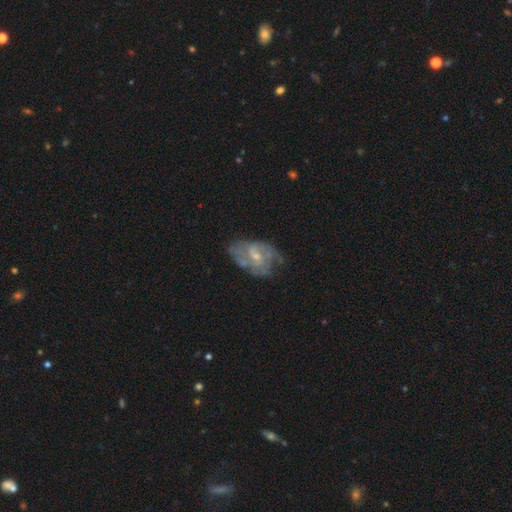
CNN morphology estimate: featured or disk 79%, smooth 14%, star or artifact 7%. Down the decision tree: edge-on disk — no (97%); bar — weak (50%); spiral arms — yes (86%); spiral arm count — 2 (45%); spiral winding — medium (47%); bulge size — small (61%); merging — none (56%).